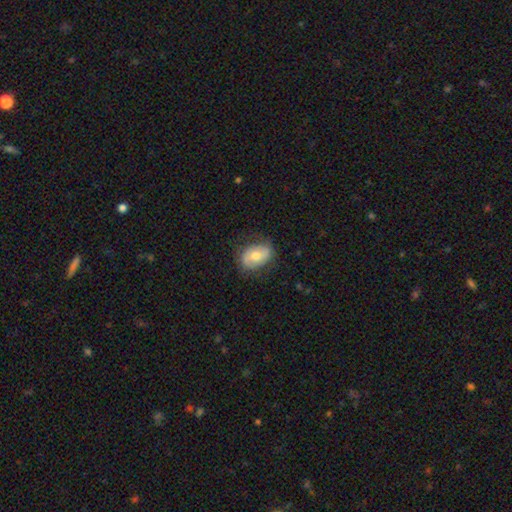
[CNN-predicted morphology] A smooth galaxy with no disk features (58%) that is in between round and cigar-shaped (77%). Merging: none (73%).